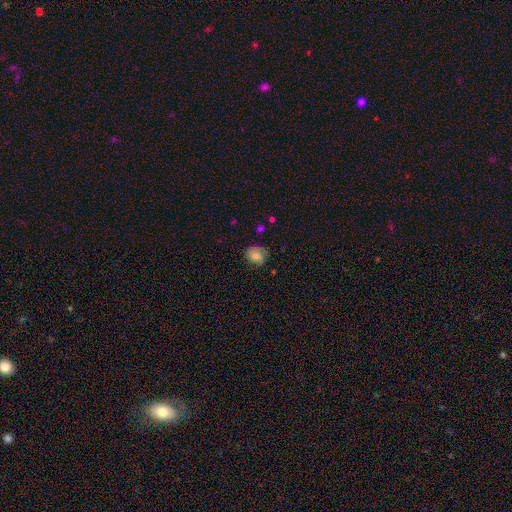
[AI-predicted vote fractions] smooth-or-featured: smooth: 73% | featured or disk: 18% | star or artifact: 9%
  how-rounded: round: 70% | in between: 29% | cigar-shaped: 1%
  merging: none: 71% | minor disturbance: 22% | major disturbance: 5% | merger: 1%